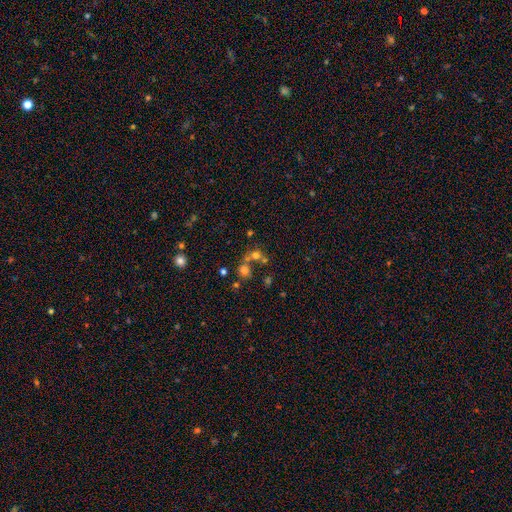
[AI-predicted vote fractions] Q: Smooth or featured?
A: smooth (62%); runner-up: star or artifact (23%)
Q: How rounded?
A: round (78%); runner-up: in between (21%)
Q: Merging?
A: none (45%); runner-up: merger (42%)